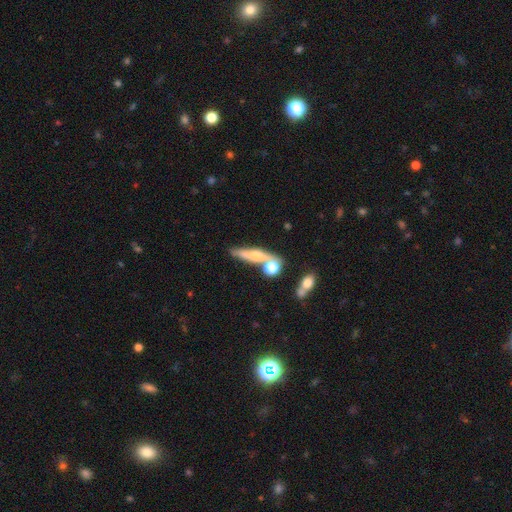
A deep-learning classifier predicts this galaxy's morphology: A smooth galaxy with no disk features (49%).

Vote fractions:
- Smooth or featured? smooth: 49% / featured or disk: 41% / star or artifact: 10%
- Merging? none: 61% / merger: 19% / minor disturbance: 14% / major disturbance: 5%